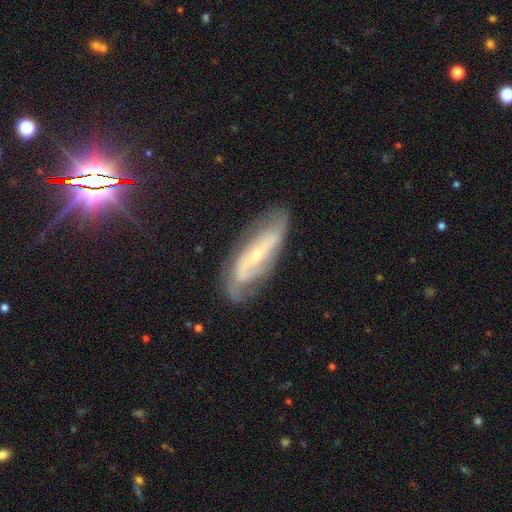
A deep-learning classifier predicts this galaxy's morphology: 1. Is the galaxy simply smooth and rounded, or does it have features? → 79% featured or disk, 14% smooth, 7% star or artifact.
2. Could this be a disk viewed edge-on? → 83% no, 17% yes.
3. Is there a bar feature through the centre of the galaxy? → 36% strong, 33% no, 31% weak.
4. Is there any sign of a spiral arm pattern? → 86% yes, 14% no.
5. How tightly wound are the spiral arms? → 37% medium, 33% tight, 30% loose.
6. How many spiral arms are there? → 69% 2, 21% can't tell, 3% 3, 3% 1, 2% 4, 2% more than 4.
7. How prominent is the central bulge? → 73% small, 24% moderate, 1% large, 1% none, 1% dominant.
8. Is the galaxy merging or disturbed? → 73% none, 19% minor disturbance, 7% major disturbance, 2% merger.